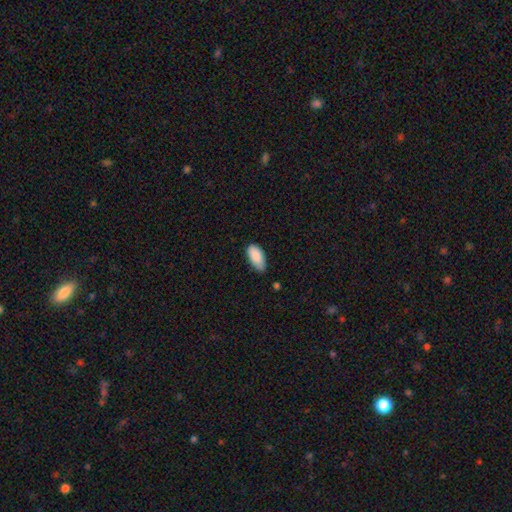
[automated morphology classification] This appears to be a smooth galaxy with no disk features (88%) that is in between round and cigar-shaped (93%). Merging: none (61%).